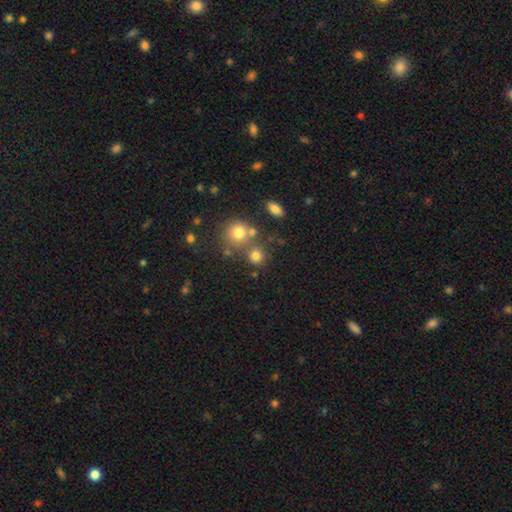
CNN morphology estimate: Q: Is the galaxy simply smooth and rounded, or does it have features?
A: smooth — 77%.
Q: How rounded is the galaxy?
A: round — 86%.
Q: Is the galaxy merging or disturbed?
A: none — 65%.